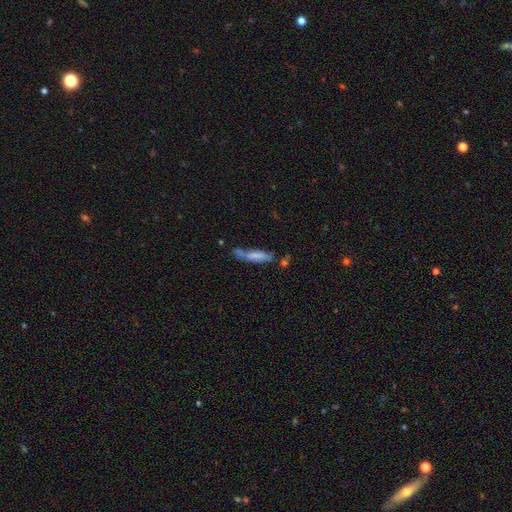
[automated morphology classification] smooth-or-featured: smooth: 66% | featured or disk: 26% | star or artifact: 8%
  how-rounded: cigar-shaped: 78% | in between: 20% | round: 2%
  merging: none: 43% | minor disturbance: 23% | merger: 23% | major disturbance: 10%